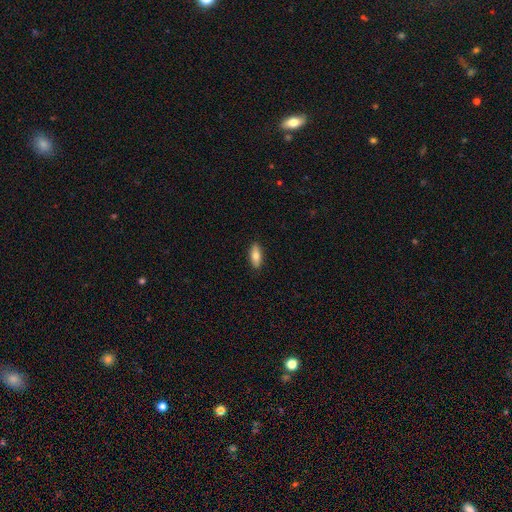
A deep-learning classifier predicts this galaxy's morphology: A smooth galaxy with no disk features (79%) that is in between round and cigar-shaped (77%). Merging: none (89%).